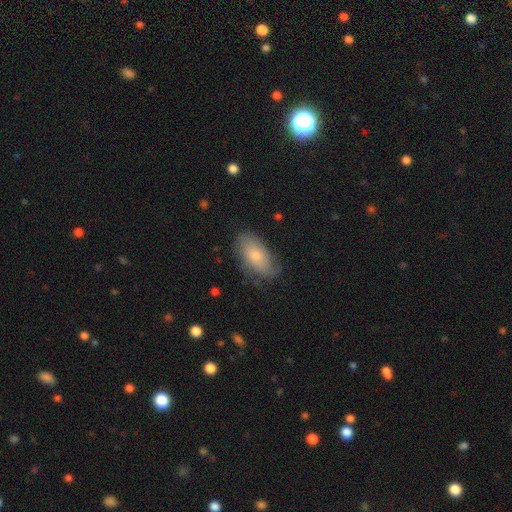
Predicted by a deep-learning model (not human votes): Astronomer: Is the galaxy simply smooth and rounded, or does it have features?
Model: smooth — 62%.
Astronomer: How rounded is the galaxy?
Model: in between — 91%.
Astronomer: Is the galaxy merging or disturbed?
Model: none — 64%.